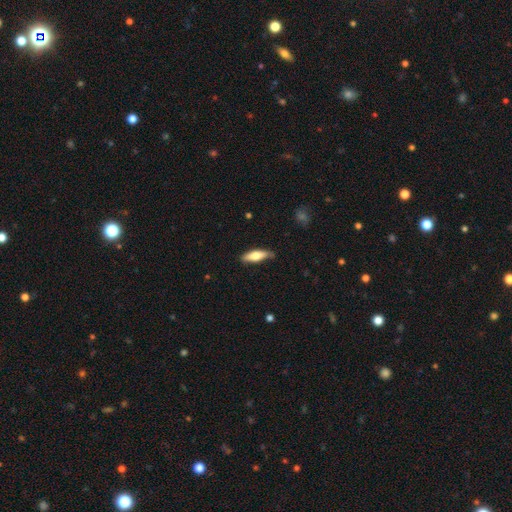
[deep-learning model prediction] Smooth or featured?
  - smooth: 64% *
  - featured or disk: 31%
  - star or artifact: 6%
How rounded?
  - cigar-shaped: 50% *
  - in between: 48%
  - round: 2%
Merging?
  - none: 77% *
  - minor disturbance: 18%
  - major disturbance: 3%
  - merger: 1%